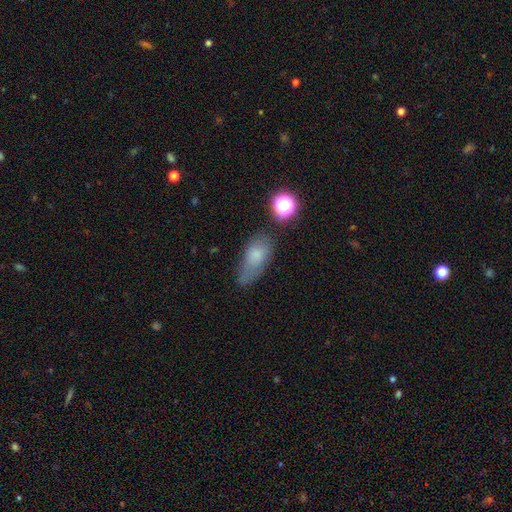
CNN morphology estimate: type=smooth (72%); roundness=in between (82%); merging=none (49%).